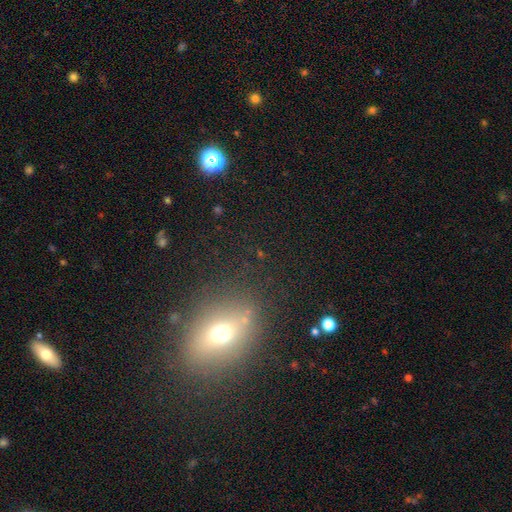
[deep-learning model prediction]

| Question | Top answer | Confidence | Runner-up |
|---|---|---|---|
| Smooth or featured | smooth | 48% | featured or disk (28%) |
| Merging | none | 76% | minor disturbance (14%) |